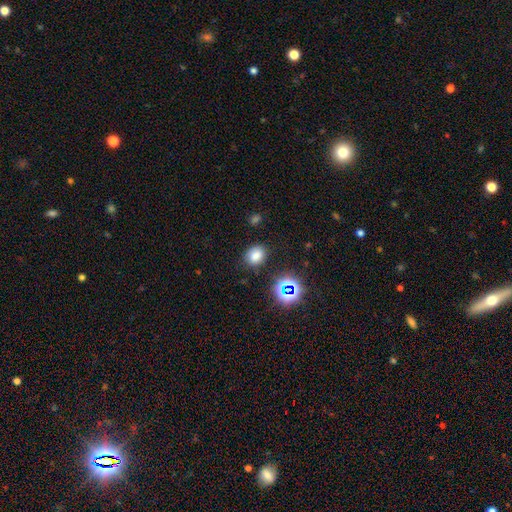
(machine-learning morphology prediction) Smooth or featured? smooth (76%)
How rounded? round (51%)
Merging? none (83%)